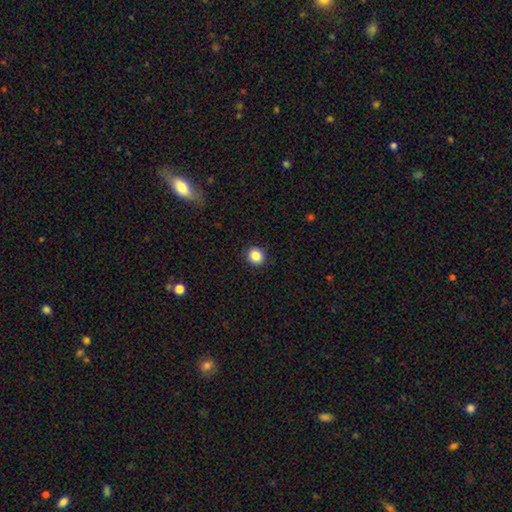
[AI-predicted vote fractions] Smooth or featured?
  - smooth: 86% *
  - star or artifact: 10%
  - featured or disk: 4%
How rounded?
  - round: 85% *
  - in between: 14%
  - cigar-shaped: 1%
Merging?
  - none: 91% *
  - minor disturbance: 6%
  - major disturbance: 2%
  - merger: 1%